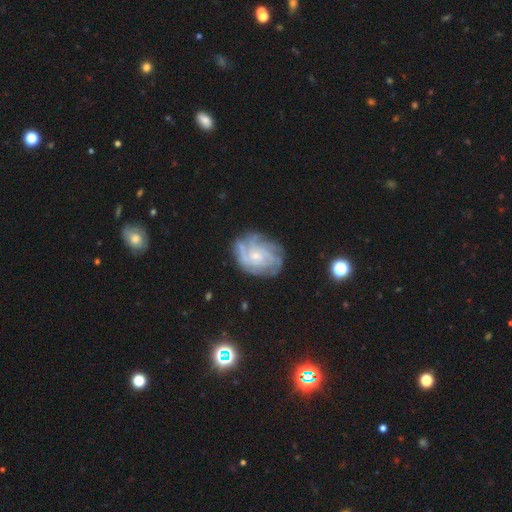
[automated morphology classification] A featured or disk galaxy (82%) with no bar (73%), tight (60%) spiral arms (95%) and a small central bulge (71%). Merging: none (73%).